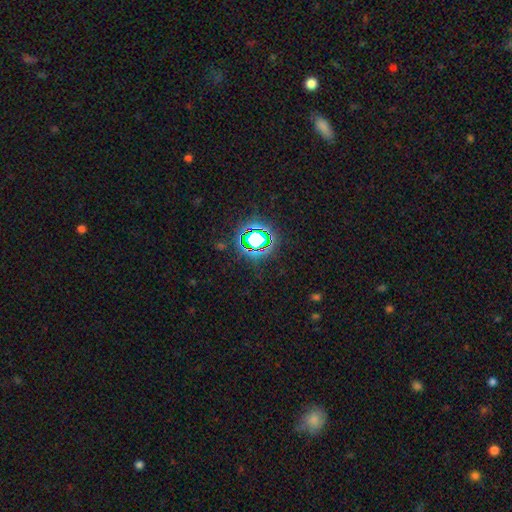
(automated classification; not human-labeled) Overall: star or artifact (72%).